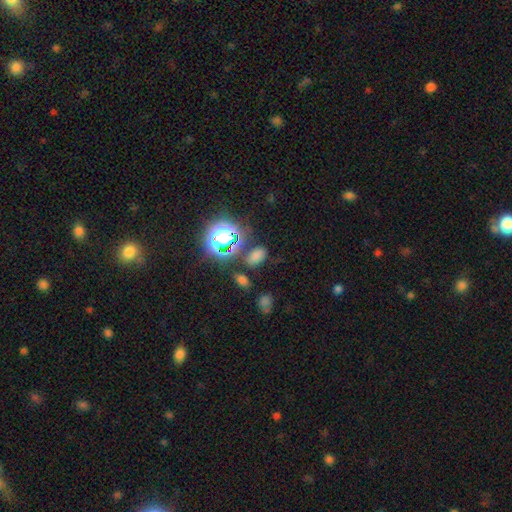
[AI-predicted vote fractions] Q: Smooth or featured?
A: smooth (67%); runner-up: star or artifact (26%)
Q: How rounded?
A: in between (82%); runner-up: round (16%)
Q: Merging?
A: none (75%); runner-up: minor disturbance (13%)